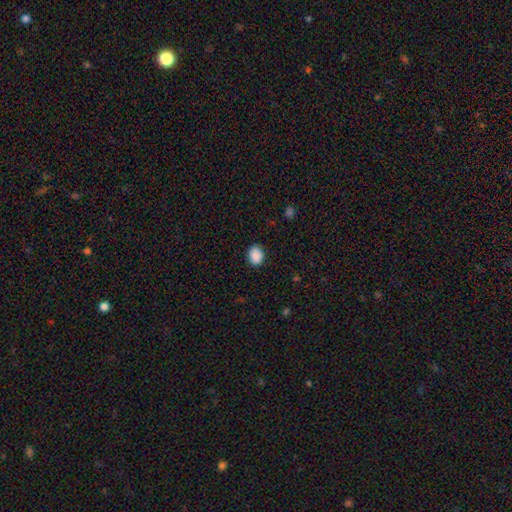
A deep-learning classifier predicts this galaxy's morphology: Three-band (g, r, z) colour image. It shows a smooth galaxy with no disk features (89%) that is in between round and cigar-shaped (60%). Merging: none (88%).